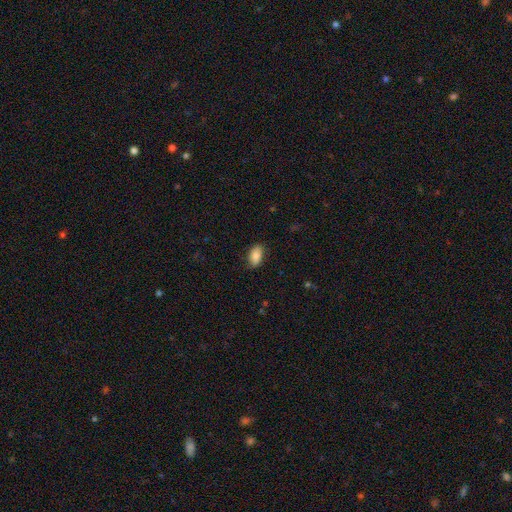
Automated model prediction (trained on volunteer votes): smooth-or-featured: smooth: 83% | featured or disk: 10% | star or artifact: 8%
  how-rounded: in between: 92% | round: 5% | cigar-shaped: 2%
  merging: none: 83% | minor disturbance: 13% | major disturbance: 3% | merger: 1%